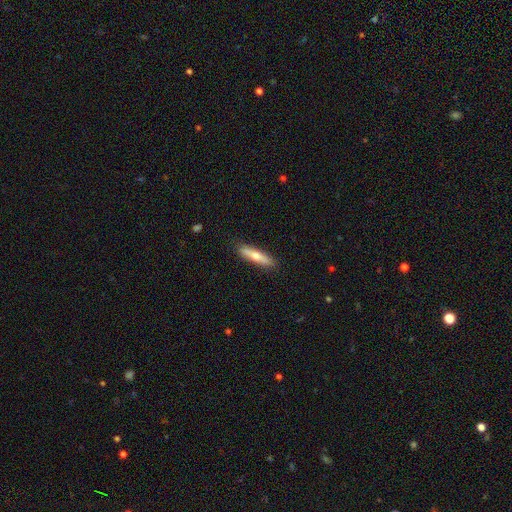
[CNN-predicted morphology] The model was most divided on "smooth or featured": smooth: 60%, featured or disk: 35%, star or artifact: 6%. More confident: merging — none (88%); how rounded — cigar-shaped (83%).